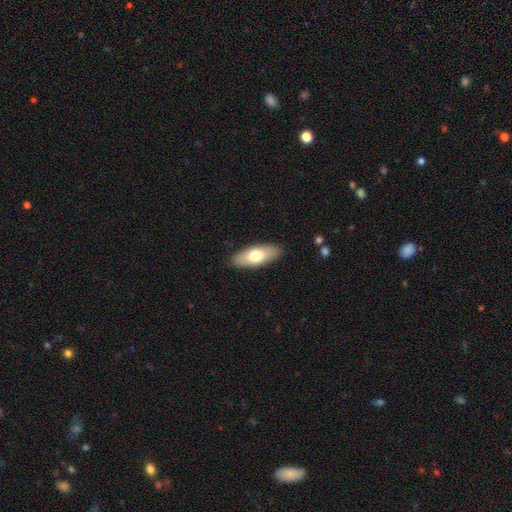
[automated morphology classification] Smooth or featured? Predicted: smooth (p=0.70). How rounded? Predicted: in between (p=0.76). Merging? Predicted: none (p=0.89).